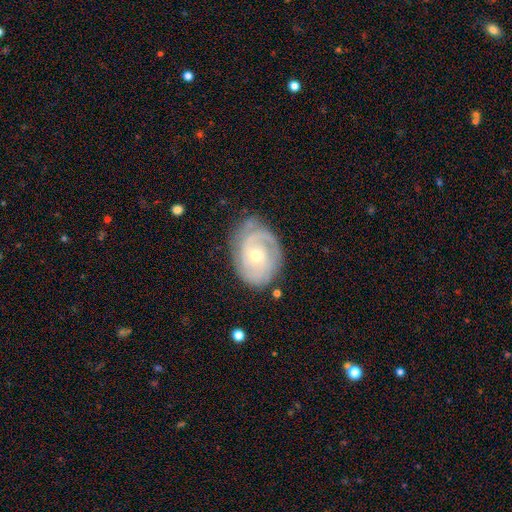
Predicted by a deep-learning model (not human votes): A featured or disk galaxy (83%) with no bar (61%), 2 (45%) tight (62%) spiral arms (95%) and a small central bulge (55%). Merging: none (71%).